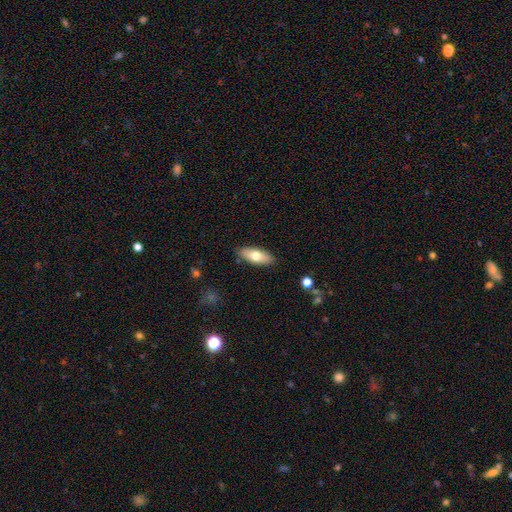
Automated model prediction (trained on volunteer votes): A smooth galaxy with no disk features (69%) that is in between round and cigar-shaped (77%).

Vote fractions:
- Smooth or featured? smooth: 69% / featured or disk: 25% / star or artifact: 6%
- How rounded? in between: 77% / cigar-shaped: 20% / round: 3%
- Merging? none: 87% / minor disturbance: 9% / major disturbance: 2% / merger: 1%